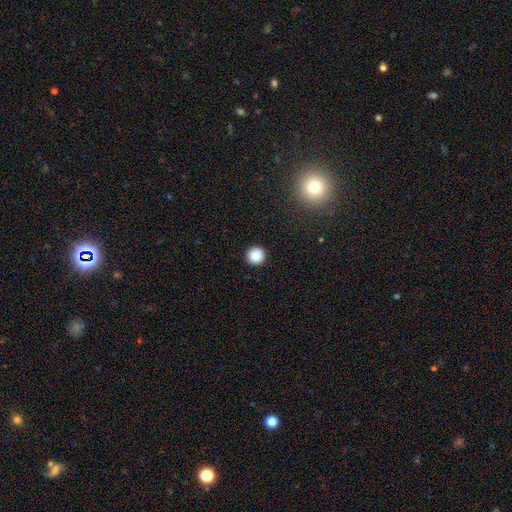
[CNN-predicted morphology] Smooth or featured? Predicted: smooth (p=0.87). How rounded? Predicted: round (p=0.96). Merging? Predicted: none (p=0.93).